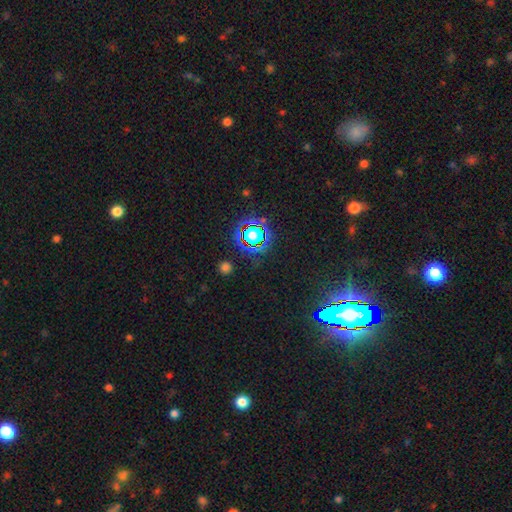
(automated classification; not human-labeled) The model was most divided on "smooth or featured": star or artifact: 81%, smooth: 12%, featured or disk: 8%.